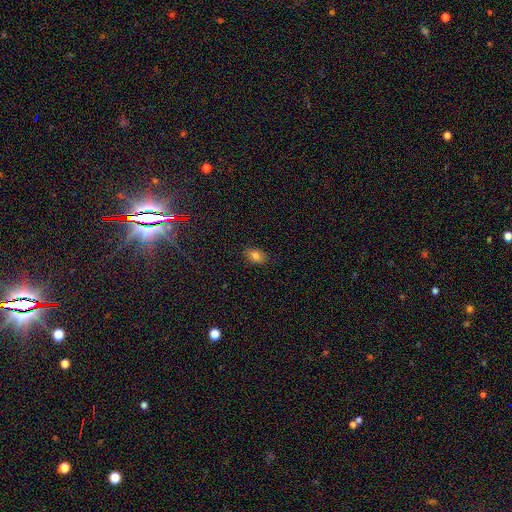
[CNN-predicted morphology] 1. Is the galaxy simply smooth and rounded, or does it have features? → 79% smooth, 12% star or artifact, 9% featured or disk.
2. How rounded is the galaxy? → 82% in between, 17% round, 2% cigar-shaped.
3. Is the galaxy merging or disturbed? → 86% none, 11% minor disturbance, 2% major disturbance, 1% merger.